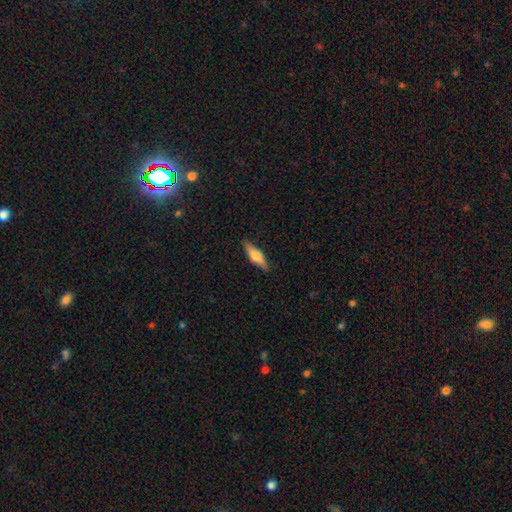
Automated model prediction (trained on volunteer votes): A smooth galaxy with no disk features (52%) that is cigar-shaped (62%).

Vote fractions:
- Smooth or featured? smooth: 52% / featured or disk: 42% / star or artifact: 6%
- How rounded? cigar-shaped: 62% / in between: 35% / round: 2%
- Merging? none: 88% / minor disturbance: 9% / major disturbance: 2% / merger: 1%